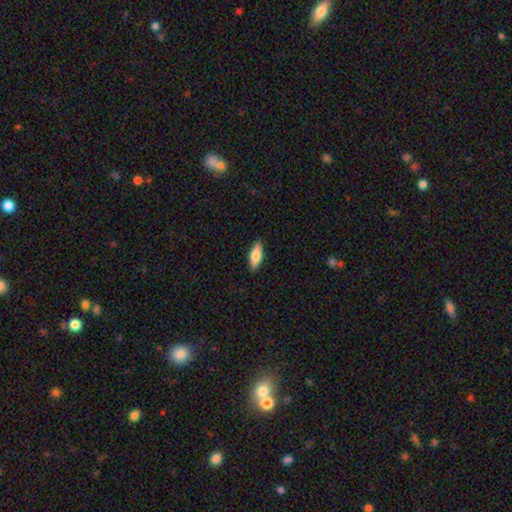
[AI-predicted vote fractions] A smooth galaxy with no disk features (71%) that is in between round and cigar-shaped (67%).

Vote fractions:
- Smooth or featured? smooth: 71% / featured or disk: 23% / star or artifact: 6%
- How rounded? in between: 67% / cigar-shaped: 31% / round: 2%
- Merging? none: 88% / minor disturbance: 9% / major disturbance: 2% / merger: 1%